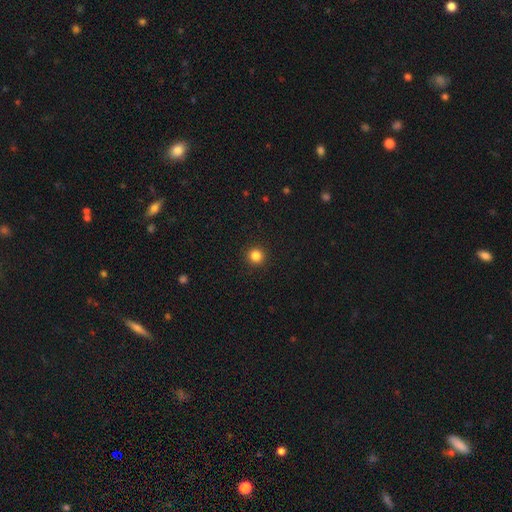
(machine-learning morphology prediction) smooth-or-featured: smooth: 84% | star or artifact: 12% | featured or disk: 4%
  how-rounded: round: 95% | in between: 4% | cigar-shaped: 1%
  merging: none: 93% | minor disturbance: 4% | major disturbance: 2% | merger: 1%